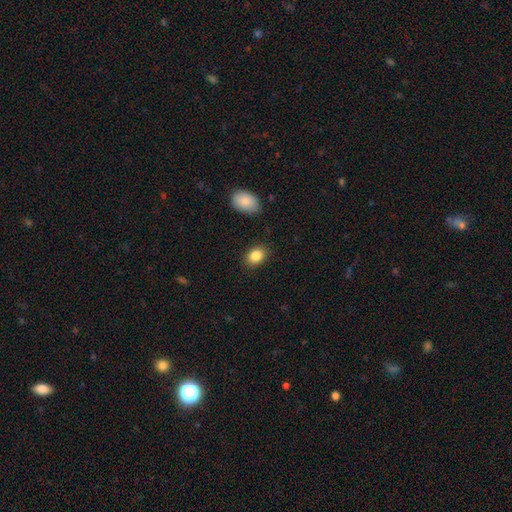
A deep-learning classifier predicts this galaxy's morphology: Smooth or featured? smooth (86%)
How rounded? in between (73%)
Merging? none (86%)